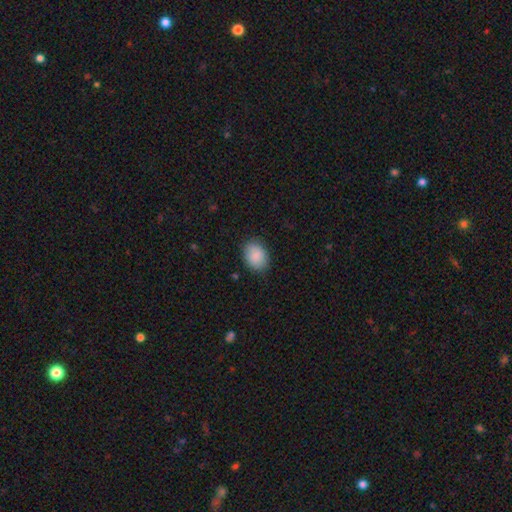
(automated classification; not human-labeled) Smooth or featured?
  - smooth: 89% *
  - star or artifact: 7%
  - featured or disk: 4%
How rounded?
  - in between: 69% *
  - round: 31%
  - cigar-shaped: 1%
Merging?
  - none: 83% *
  - minor disturbance: 13%
  - major disturbance: 3%
  - merger: 1%